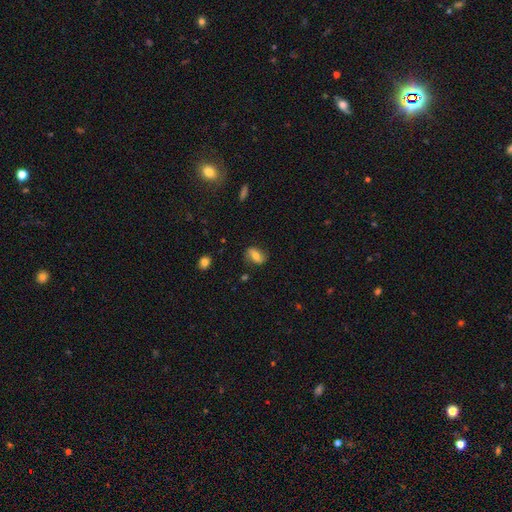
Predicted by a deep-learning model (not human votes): A smooth galaxy with no disk features (60%) that is in between round and cigar-shaped (78%).

Vote fractions:
- Smooth or featured? smooth: 60% / featured or disk: 31% / star or artifact: 9%
- How rounded? in between: 78% / round: 18% / cigar-shaped: 3%
- Merging? none: 78% / minor disturbance: 16% / major disturbance: 4% / merger: 2%